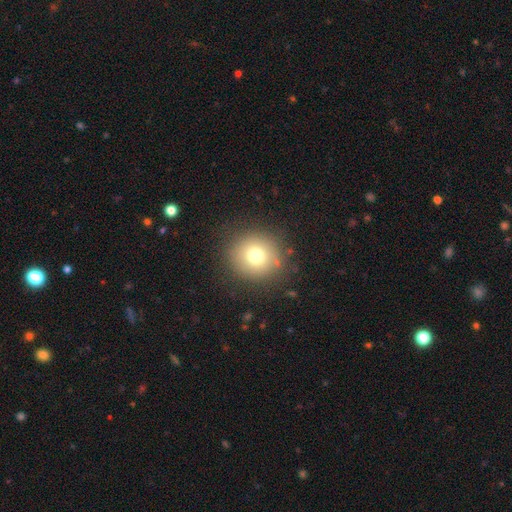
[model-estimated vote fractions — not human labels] Q: Smooth or featured?
A: smooth (75%); runner-up: star or artifact (14%)
Q: How rounded?
A: round (91%); runner-up: in between (8%)
Q: Merging?
A: none (87%); runner-up: minor disturbance (8%)